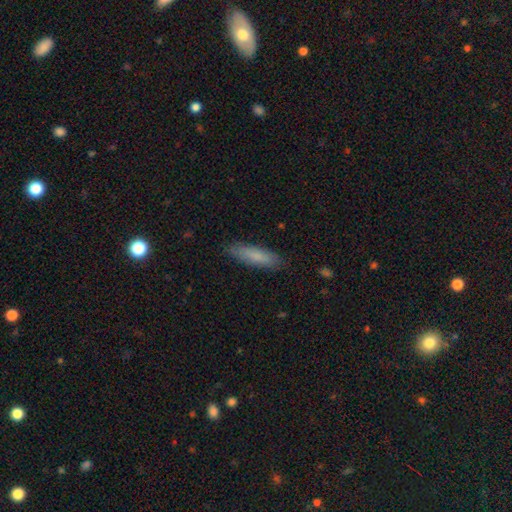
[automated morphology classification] Smooth or featured?
  - smooth: 80% *
  - featured or disk: 14%
  - star or artifact: 6%
How rounded?
  - cigar-shaped: 69% *
  - in between: 29%
  - round: 1%
Merging?
  - none: 86% *
  - minor disturbance: 11%
  - major disturbance: 2%
  - merger: 1%